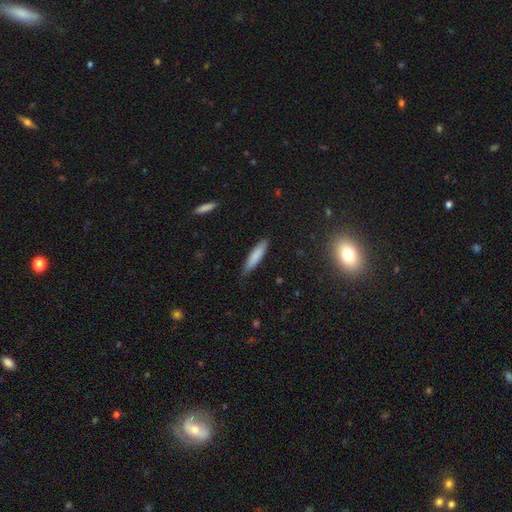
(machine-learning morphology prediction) Overall: smooth (81%). How rounded: cigar-shaped (80%). Merging: none (76%).